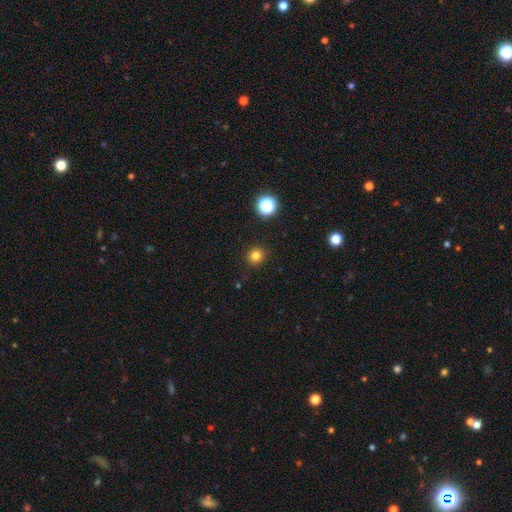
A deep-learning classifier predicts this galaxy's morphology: Smooth or featured? Predicted: smooth (p=0.80). How rounded? Predicted: round (p=0.92). Merging? Predicted: none (p=0.91).